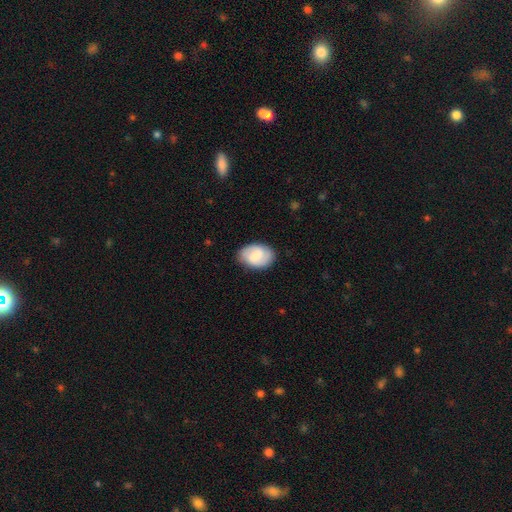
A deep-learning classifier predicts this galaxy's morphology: The model was most divided on "smooth or featured": smooth: 50%, featured or disk: 43%, star or artifact: 6%. More confident: how rounded — in between (84%); merging — none (82%).